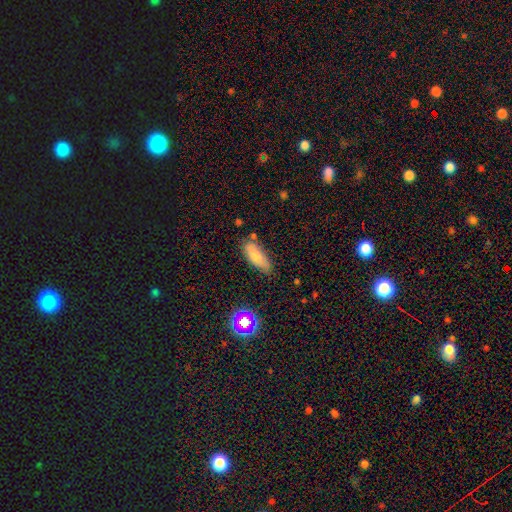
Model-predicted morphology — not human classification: smooth_or_featured: smooth (p=0.77) [alt: featured or disk p=0.14]
how_rounded: in between (p=0.72) [alt: cigar-shaped p=0.25]
merging: none (p=0.70) [alt: minor disturbance p=0.20]